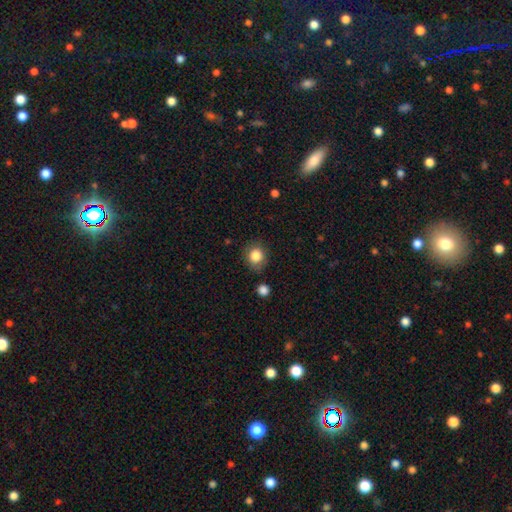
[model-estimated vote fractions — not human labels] smooth_or_featured: smooth (p=0.84) [alt: star or artifact p=0.09]
how_rounded: round (p=0.78) [alt: in between p=0.21]
merging: none (p=0.79) [alt: minor disturbance p=0.14]